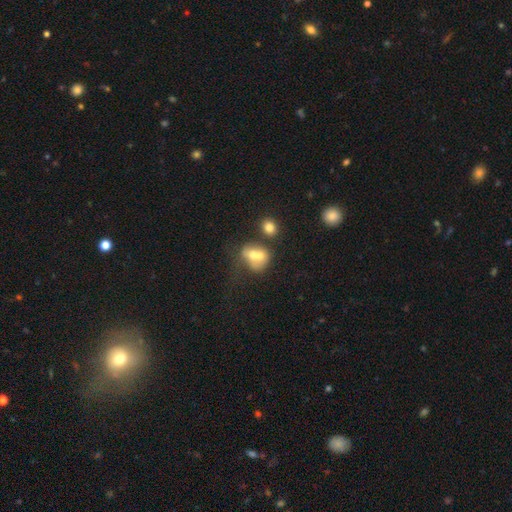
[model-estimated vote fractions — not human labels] Smooth or featured?
  - smooth: 61% *
  - featured or disk: 29%
  - star or artifact: 10%
How rounded?
  - round: 54% *
  - in between: 45%
  - cigar-shaped: 1%
Merging?
  - merger: 66% *
  - none: 19%
  - minor disturbance: 8%
  - major disturbance: 7%